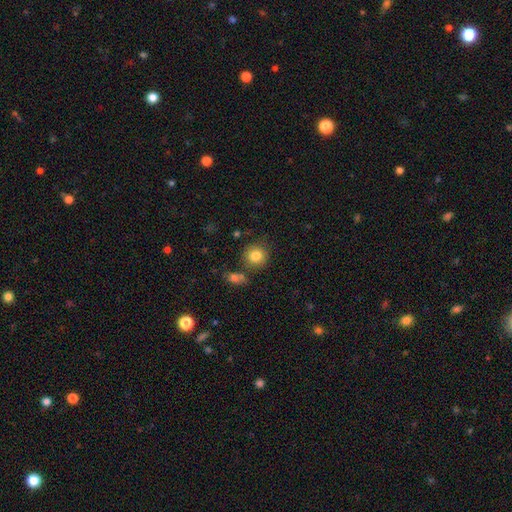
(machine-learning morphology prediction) The model was most divided on "merging": none: 78%, minor disturbance: 11%, merger: 8%, major disturbance: 3%. More confident: how rounded — round (89%); smooth or featured — smooth (83%).